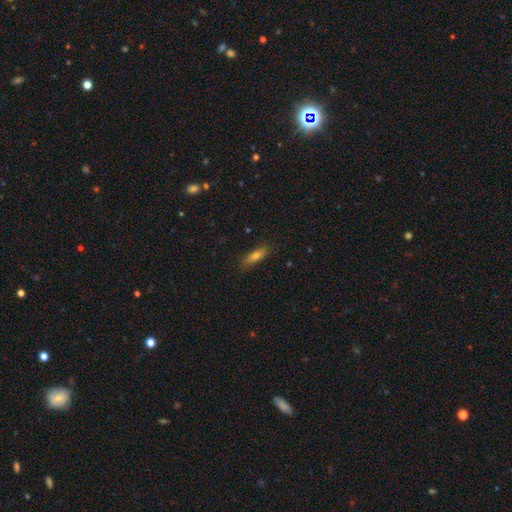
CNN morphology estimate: This is likely a smooth galaxy (70%). How rounded: possibly cigar-shaped (54%). Merging: clearly none (84%).